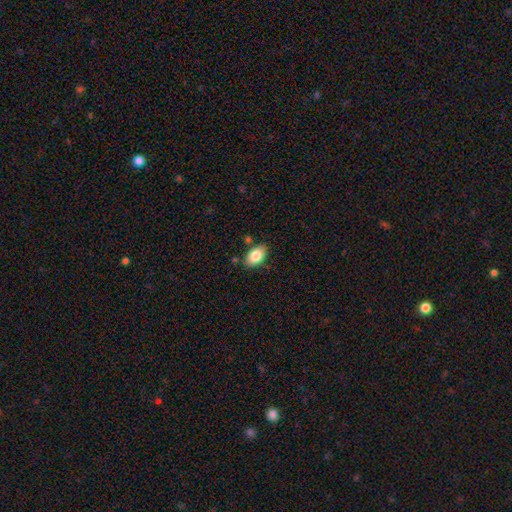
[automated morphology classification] type=smooth (84%); roundness=in between (91%); merging=none (81%).